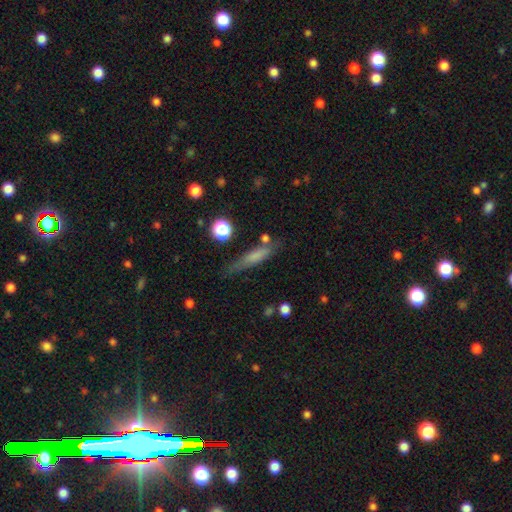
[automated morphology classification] This is likely a smooth galaxy (63%). How rounded: clearly cigar-shaped (82%). Merging: likely none (68%).